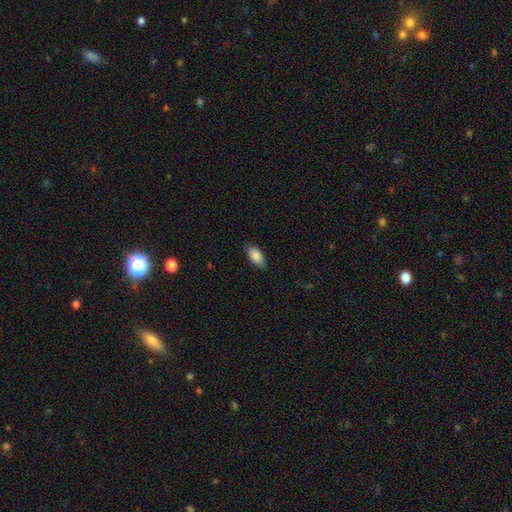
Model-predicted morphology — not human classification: Smooth or featured?
  - smooth: 86% *
  - featured or disk: 7%
  - star or artifact: 6%
How rounded?
  - in between: 92% *
  - cigar-shaped: 5%
  - round: 3%
Merging?
  - none: 84% *
  - minor disturbance: 13%
  - major disturbance: 2%
  - merger: 1%